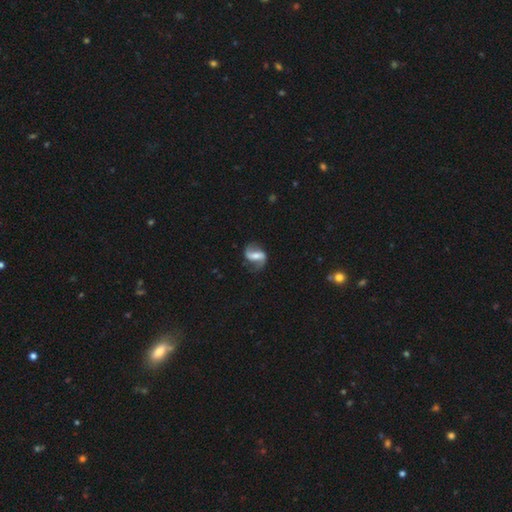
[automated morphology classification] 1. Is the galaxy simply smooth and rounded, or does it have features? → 81% featured or disk, 12% smooth, 6% star or artifact.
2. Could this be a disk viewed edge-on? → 96% no, 4% yes.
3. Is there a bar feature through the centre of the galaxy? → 49% strong, 34% weak, 16% no.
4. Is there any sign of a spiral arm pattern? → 93% yes, 7% no.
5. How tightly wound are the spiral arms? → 53% loose, 35% medium, 11% tight.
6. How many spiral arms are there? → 90% 2, 4% 1, 3% can't tell, 1% 3, 1% 4, 1% more than 4.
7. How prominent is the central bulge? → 45% moderate, 36% small, 9% none, 8% large, 2% dominant.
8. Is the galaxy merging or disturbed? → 74% none, 16% minor disturbance, 9% major disturbance, 2% merger.